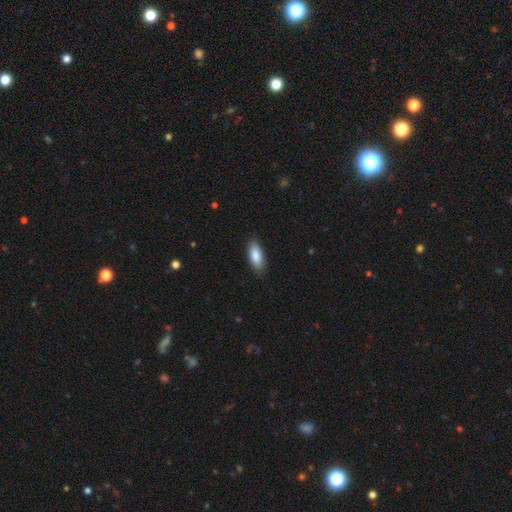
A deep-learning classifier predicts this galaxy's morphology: smooth_or_featured: smooth (p=0.87) [alt: featured or disk p=0.08]
how_rounded: in between (p=0.79) [alt: cigar-shaped p=0.19]
merging: none (p=0.85) [alt: minor disturbance p=0.12]